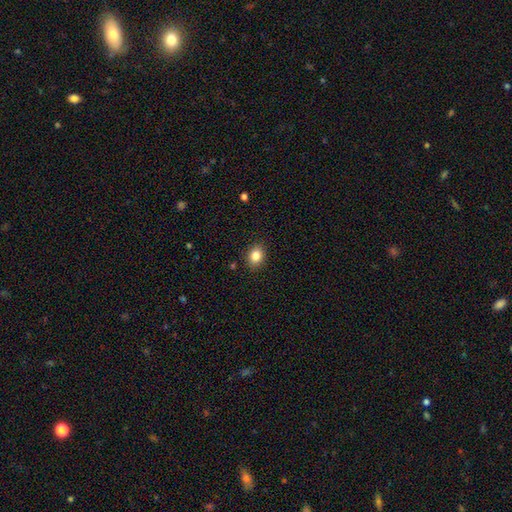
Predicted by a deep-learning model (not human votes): A smooth galaxy with no disk features (85%) that is in between round and cigar-shaped (56%). Merging: none (88%).